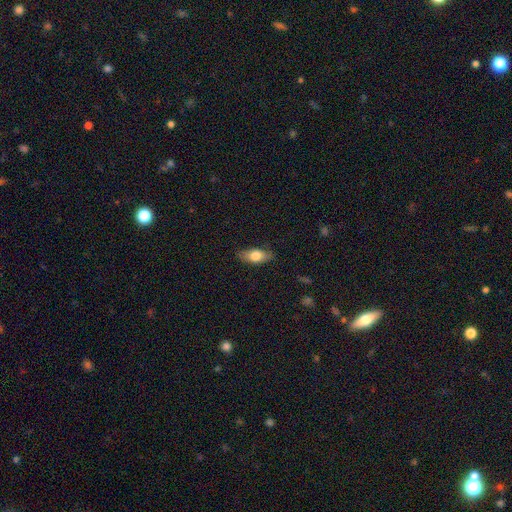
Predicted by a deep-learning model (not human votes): The model was most divided on "smooth or featured": smooth: 72%, featured or disk: 22%, star or artifact: 7%. More confident: merging — none (84%); how rounded — in between (80%).